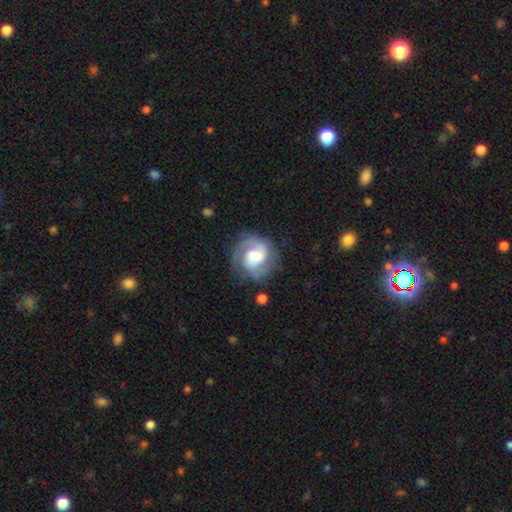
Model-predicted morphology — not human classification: This is likely a featured or disk galaxy (80%). It is clearly not viewed edge-on (98%). Bar: possibly weak (48%). Spiral arm pattern: clearly yes (95%). Spiral arm count: likely 2 (74%). Spiral winding: possibly medium (48%). Central bulge: possibly moderate (48%). Merging: likely none (72%).